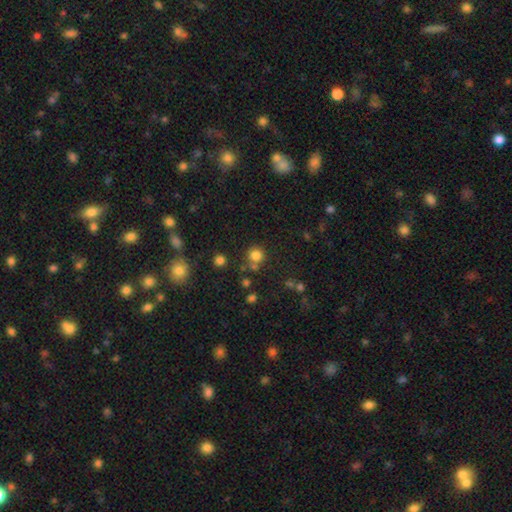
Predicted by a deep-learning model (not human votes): Smooth or featured? smooth (79%)
How rounded? round (90%)
Merging? none (70%)